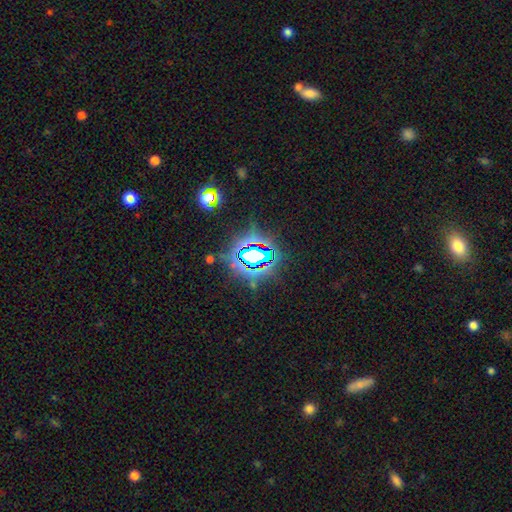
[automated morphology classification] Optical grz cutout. It shows a star or artifact, not a galaxy (77%).